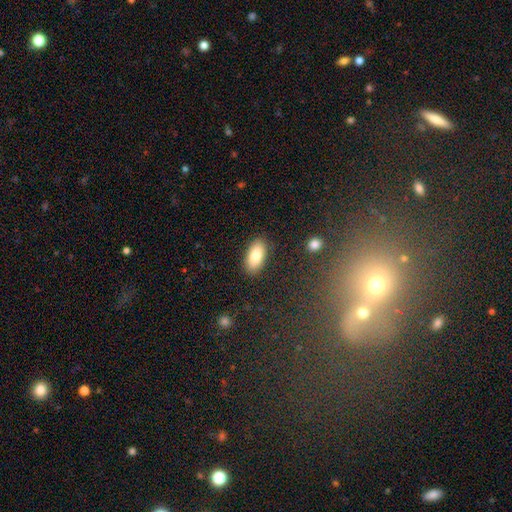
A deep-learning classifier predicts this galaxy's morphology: Smooth or featured? Predicted: smooth (p=0.85). How rounded? Predicted: in between (p=0.91). Merging? Predicted: none (p=0.88).